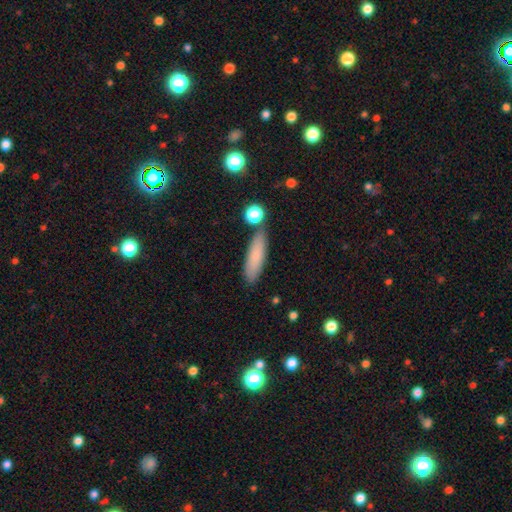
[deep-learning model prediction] A smooth galaxy with no disk features (78%) that is cigar-shaped (64%).

Vote fractions:
- Smooth or featured? smooth: 78% / featured or disk: 14% / star or artifact: 7%
- How rounded? cigar-shaped: 64% / in between: 34% / round: 2%
- Merging? none: 79% / minor disturbance: 13% / merger: 6% / major disturbance: 3%